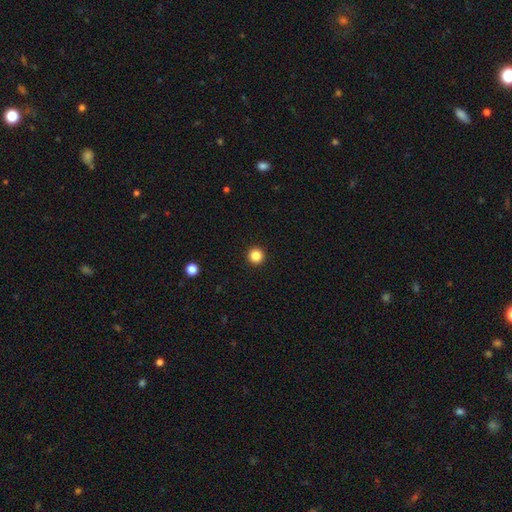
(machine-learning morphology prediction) type=smooth (85%); roundness=round (96%); merging=none (94%).